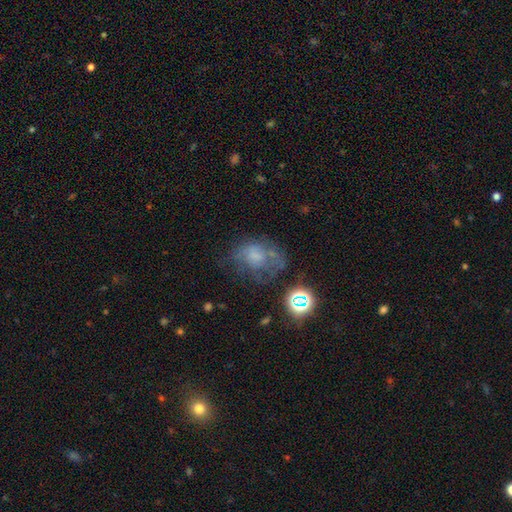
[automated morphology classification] smooth 47%, featured or disk 34%, star or artifact 19%. Down the decision tree: merging — none (38%).